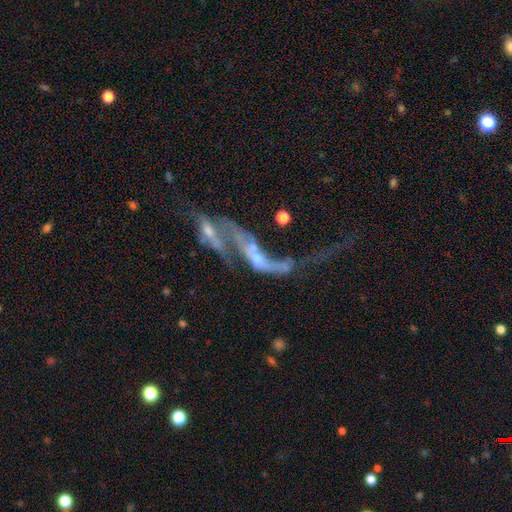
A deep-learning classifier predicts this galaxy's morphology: featured or disk 67%, smooth 19%, star or artifact 14%. Down the decision tree: edge-on disk — no (87%); bar — no (73%); spiral arms — no (58%); bulge size — none (43%); merging — merger (65%).